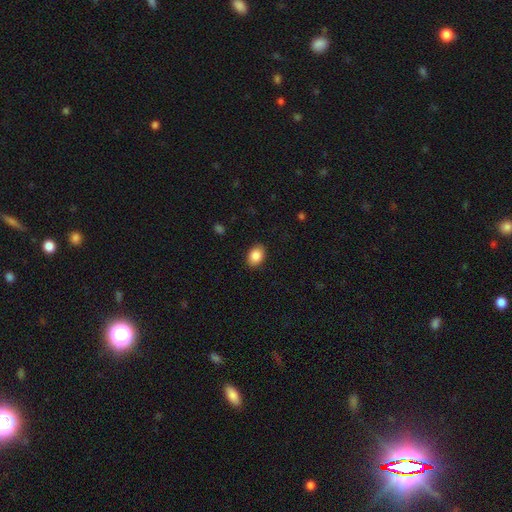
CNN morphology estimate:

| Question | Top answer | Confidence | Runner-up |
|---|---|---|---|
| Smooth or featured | smooth | 87% | star or artifact (8%) |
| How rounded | in between | 79% | round (20%) |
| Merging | none | 88% | minor disturbance (9%) |